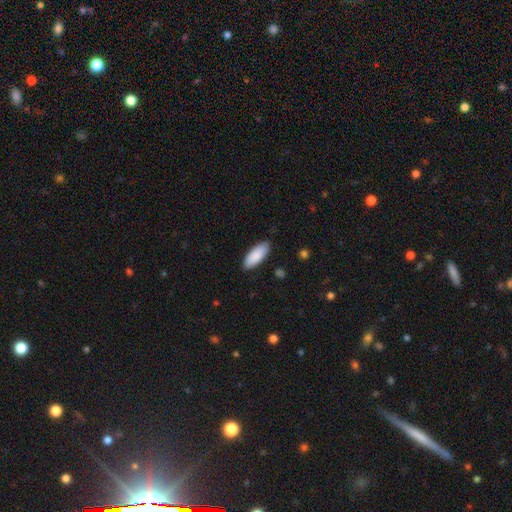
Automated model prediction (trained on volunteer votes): Overall: smooth (89%). How rounded: in between (80%). Merging: none (88%).